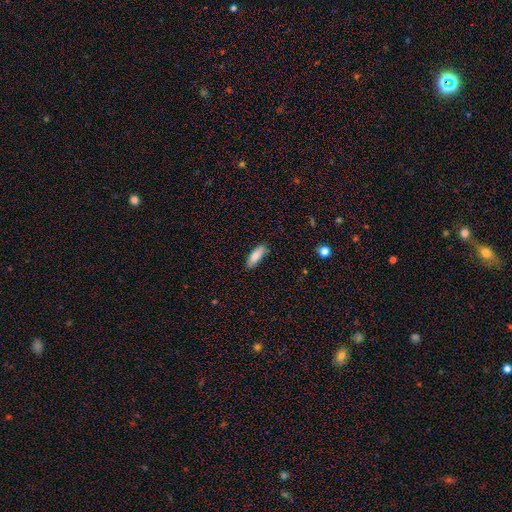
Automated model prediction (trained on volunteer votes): smooth 84%, featured or disk 10%, star or artifact 6%. Down the decision tree: how rounded — in between (60%); merging — none (82%).